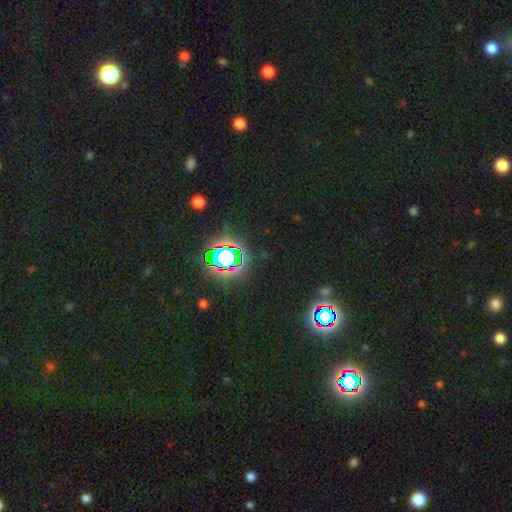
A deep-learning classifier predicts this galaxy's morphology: This appears to be a star or artifact, not a galaxy (80%).